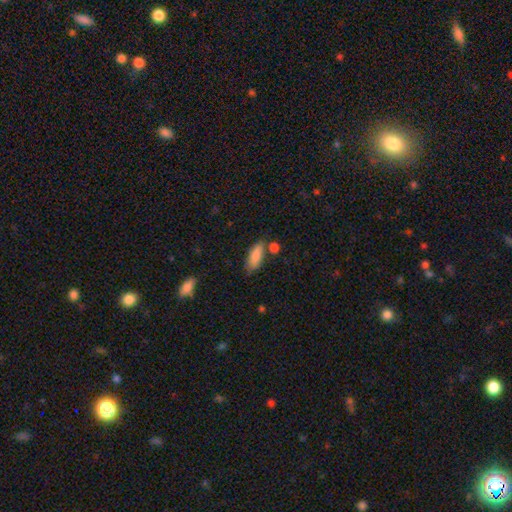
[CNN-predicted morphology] A smooth galaxy with no disk features (85%) that is in between round and cigar-shaped (72%).

Vote fractions:
- Smooth or featured? smooth: 85% / featured or disk: 8% / star or artifact: 7%
- How rounded? in between: 72% / cigar-shaped: 26% / round: 2%
- Merging? none: 63% / minor disturbance: 21% / merger: 10% / major disturbance: 5%